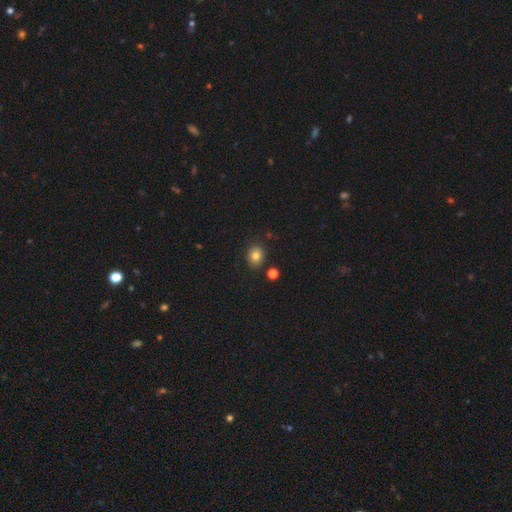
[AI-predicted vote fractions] A smooth galaxy with no disk features (80%) that is round (62%).

Vote fractions:
- Smooth or featured? smooth: 80% / star or artifact: 12% / featured or disk: 8%
- How rounded? round: 62% / in between: 38% / cigar-shaped: 1%
- Merging? none: 83% / minor disturbance: 10% / merger: 4% / major disturbance: 3%